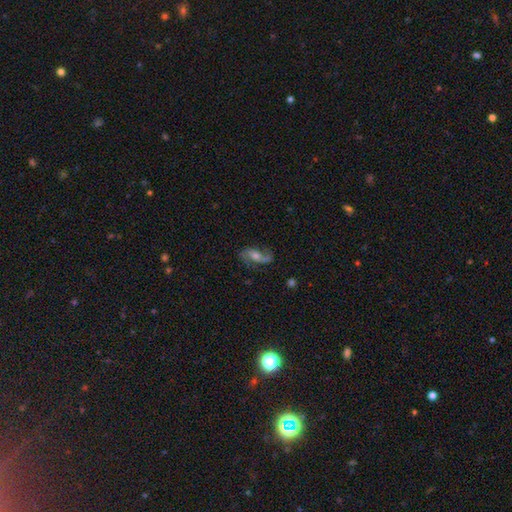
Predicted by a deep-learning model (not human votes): Smooth or featured? Predicted: featured or disk (p=0.79). Edge-on disk? Predicted: no (p=0.94). Bar? Predicted: no (p=0.47). Spiral arms? Predicted: yes (p=0.95). Spiral winding? Predicted: loose (p=0.48). Spiral arm count? Predicted: 2 (p=0.88). Bulge size? Predicted: moderate (p=0.54). Merging? Predicted: none (p=0.74).